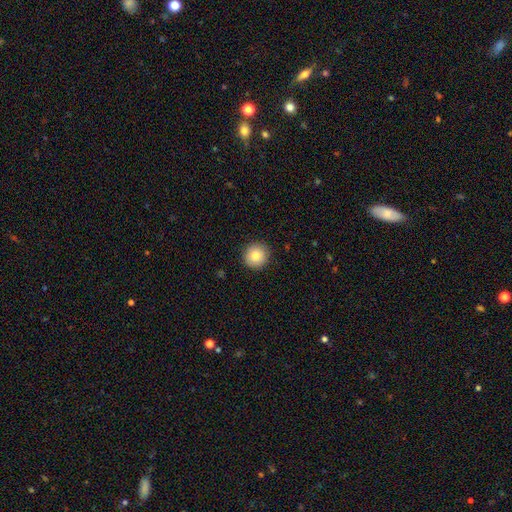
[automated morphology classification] Smooth or featured? Predicted: smooth (p=0.81). How rounded? Predicted: round (p=0.94). Merging? Predicted: none (p=0.91).